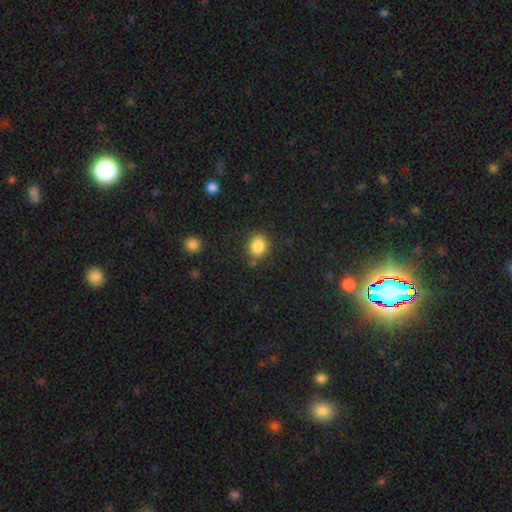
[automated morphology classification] The model was most divided on "smooth or featured": star or artifact: 63%, smooth: 29%, featured or disk: 7%.